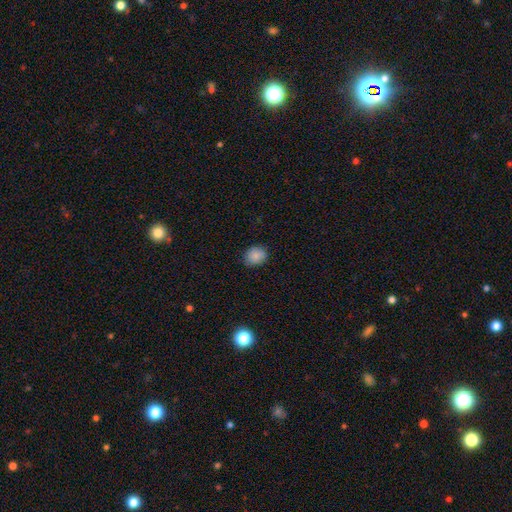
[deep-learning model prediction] Smooth or featured? Predicted: smooth (p=0.87). How rounded? Predicted: round (p=0.65). Merging? Predicted: none (p=0.85).